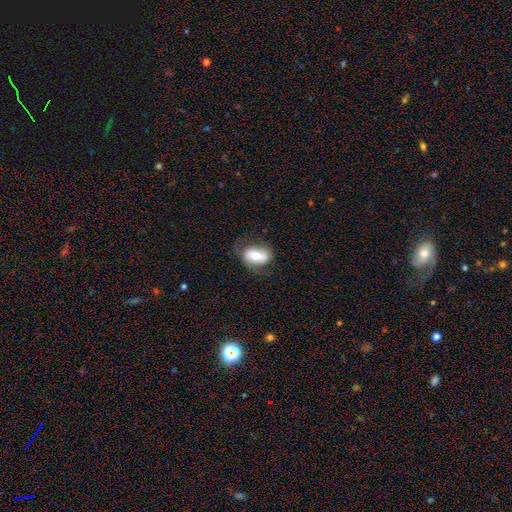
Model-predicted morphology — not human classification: This is possibly a smooth galaxy (50%). Merging: likely none (67%).